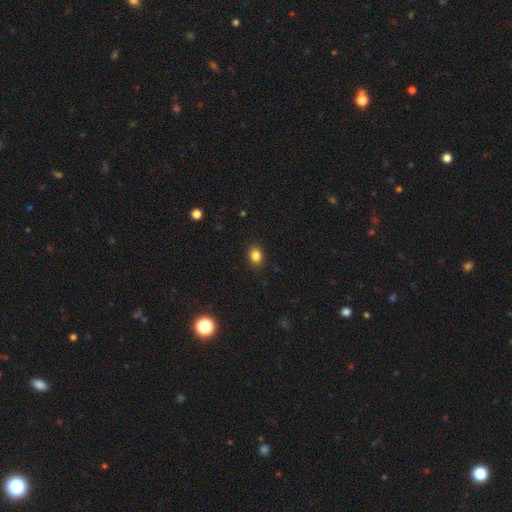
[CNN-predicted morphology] Smooth or featured? Predicted: smooth (p=0.84). How rounded? Predicted: in between (p=0.51). Merging? Predicted: none (p=0.89).